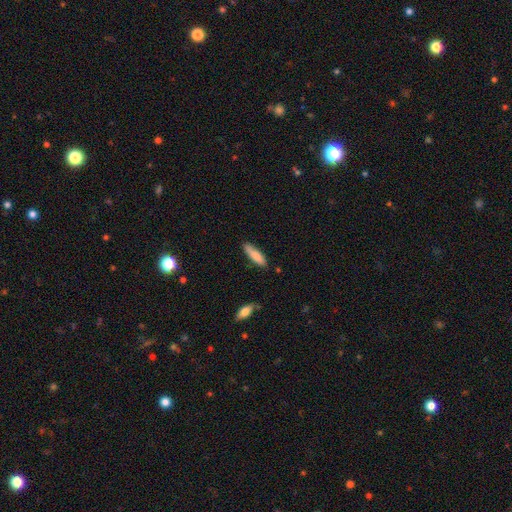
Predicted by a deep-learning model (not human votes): A smooth galaxy with no disk features (84%) that is cigar-shaped (68%). Merging: none (77%).